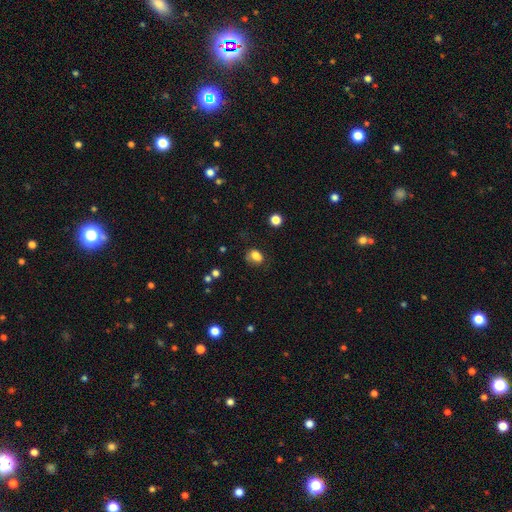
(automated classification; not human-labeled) The model was most divided on "how rounded": in between: 63%, round: 35%, cigar-shaped: 1%. More confident: smooth or featured — smooth (80%); merging — none (63%).